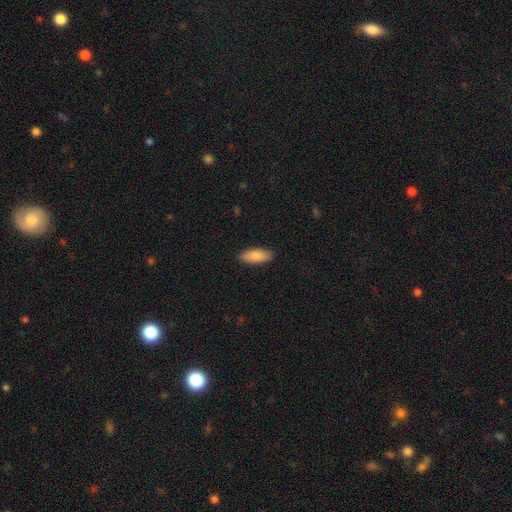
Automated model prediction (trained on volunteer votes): Smooth or featured? smooth (83%)
How rounded? in between (80%)
Merging? none (88%)